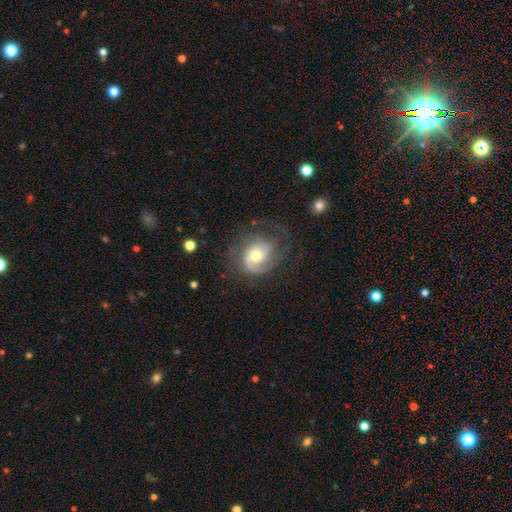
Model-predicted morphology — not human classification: smooth-or-featured: featured or disk: 70% | smooth: 23% | star or artifact: 7%
  disk-edge-on: no: 97% | yes: 3%
    bar: no: 67% | weak: 27% | strong: 5%
    has-spiral-arms: yes: 89% | no: 11%
      spiral-winding: medium: 41% | tight: 36% | loose: 23%
      spiral-arm-count: 2: 42% | 1: 26% | can't tell: 20% | 3: 8% | 4: 2% | more than 4: 2%
    bulge-size: moderate: 68% | small: 20% | large: 10% | dominant: 1% | none: 1%
  merging: none: 55% | minor disturbance: 22% | major disturbance: 21% | merger: 2%